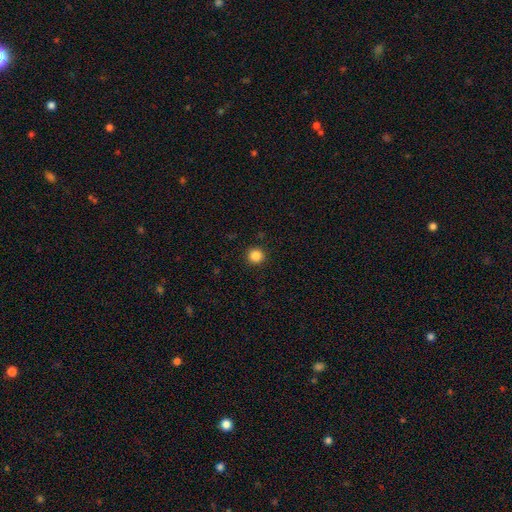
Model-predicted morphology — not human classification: Smooth or featured: smooth — 86% (star or artifact — 11%)
How rounded: round — 95% (in between — 4%)
Merging: none — 93% (minor disturbance — 5%)